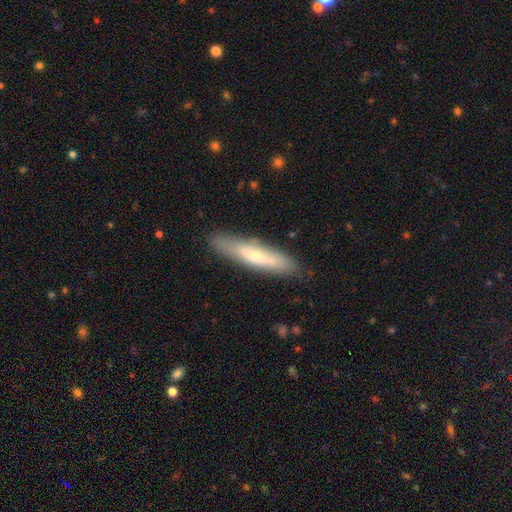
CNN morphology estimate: This appears to be a smooth galaxy with no disk features (53%) that is cigar-shaped (82%). Merging: none (84%).